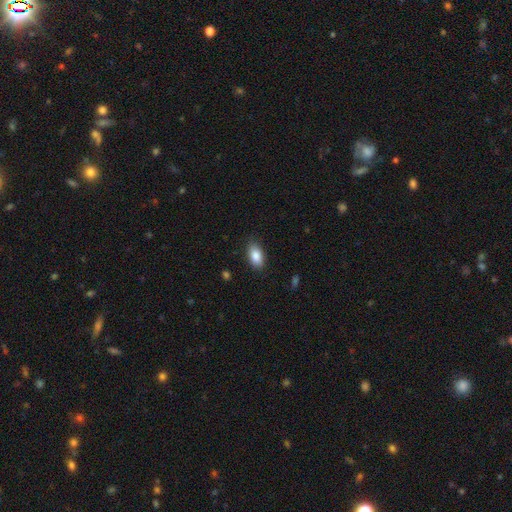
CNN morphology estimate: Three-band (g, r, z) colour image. It shows a smooth galaxy with no disk features (87%) that is in between round and cigar-shaped (92%). Merging: none (84%).